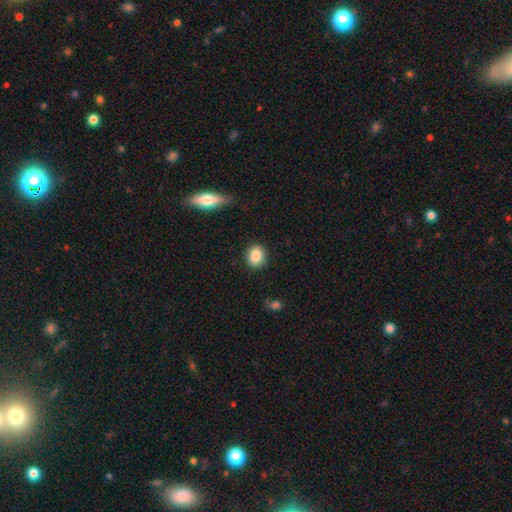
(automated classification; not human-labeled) smooth-or-featured: smooth: 86% | star or artifact: 9% | featured or disk: 5%
  how-rounded: round: 61% | in between: 38% | cigar-shaped: 1%
  merging: none: 88% | minor disturbance: 8% | major disturbance: 2% | merger: 1%